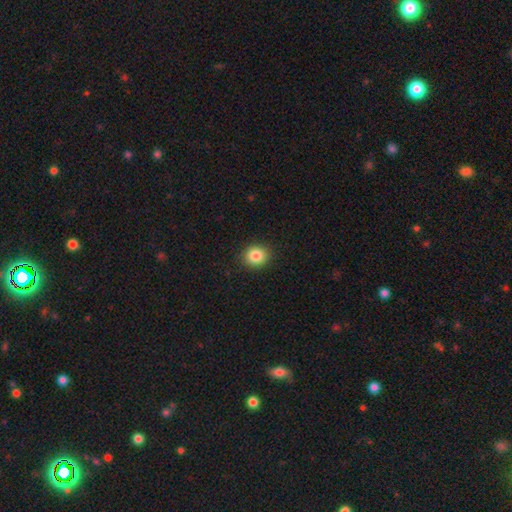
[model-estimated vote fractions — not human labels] Smooth or featured: smooth — 84% (star or artifact — 10%)
How rounded: round — 81% (in between — 18%)
Merging: none — 91% (minor disturbance — 7%)